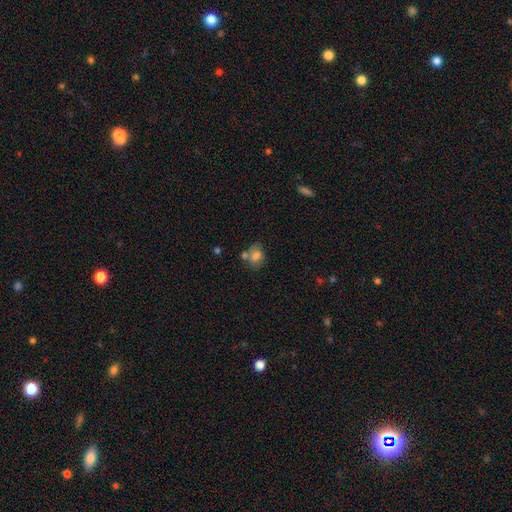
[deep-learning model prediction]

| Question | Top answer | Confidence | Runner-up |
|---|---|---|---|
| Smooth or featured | smooth | 71% | featured or disk (17%) |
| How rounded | in between | 69% | round (30%) |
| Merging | none | 49% | merger (24%) |